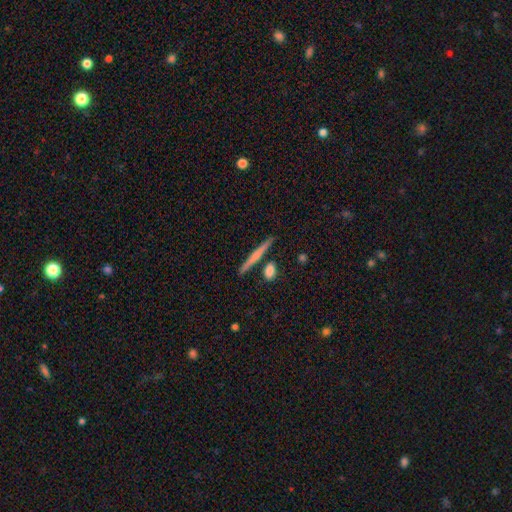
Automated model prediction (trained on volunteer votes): Overall: smooth (52%; featured or disk 42%). How rounded: cigar-shaped (92%). Merging: none (83%).